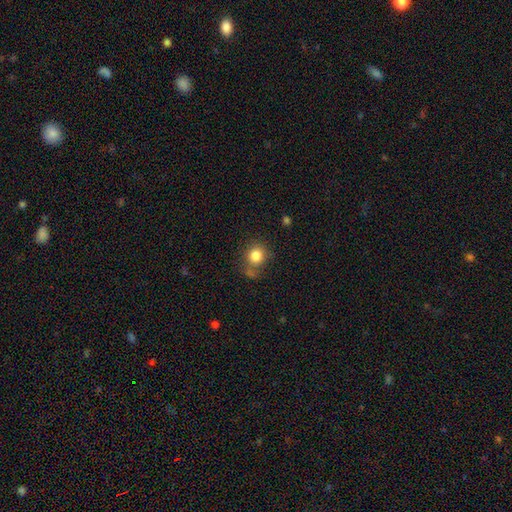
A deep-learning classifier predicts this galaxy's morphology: The model was most divided on "merging": none: 68%, minor disturbance: 17%, merger: 9%, major disturbance: 7%. More confident: how rounded — round (84%); smooth or featured — smooth (83%).